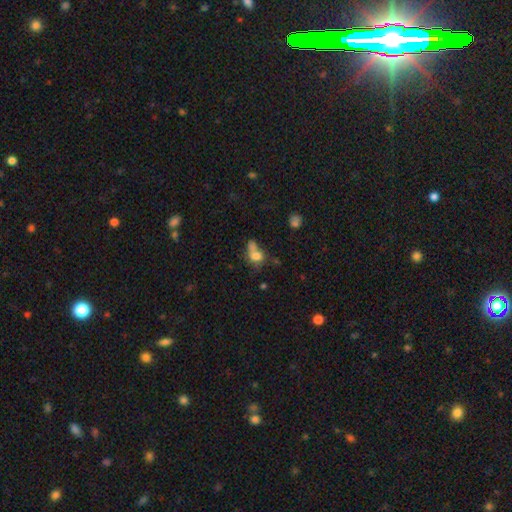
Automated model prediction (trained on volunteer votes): smooth-or-featured: smooth: 71% | featured or disk: 15% | star or artifact: 13%
  how-rounded: in between: 50% | round: 47% | cigar-shaped: 3%
  merging: merger: 42% | none: 31% | minor disturbance: 15% | major disturbance: 12%